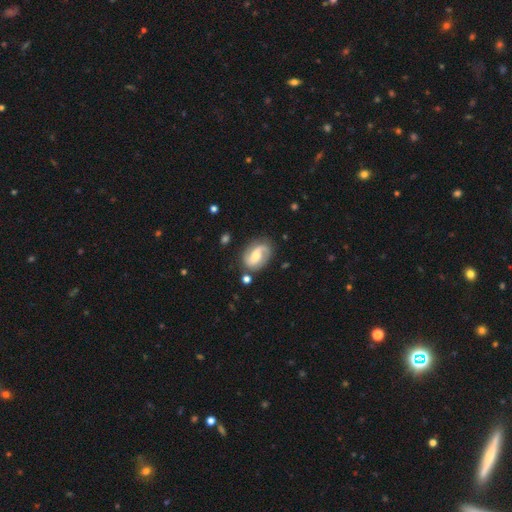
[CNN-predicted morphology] featured or disk 77%, smooth 18%, star or artifact 6%. Down the decision tree: edge-on disk — no (97%); bar — weak (44%); spiral arms — yes (94%); spiral arm count — 2 (81%); spiral winding — medium (44%); bulge size — moderate (52%); merging — none (74%).